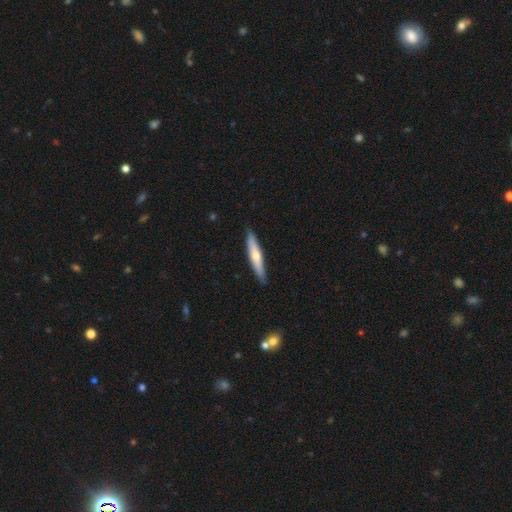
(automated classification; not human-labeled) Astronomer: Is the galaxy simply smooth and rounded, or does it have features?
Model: smooth — 54% (runner-up: featured or disk, 41%).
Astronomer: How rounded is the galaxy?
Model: cigar-shaped — 90%.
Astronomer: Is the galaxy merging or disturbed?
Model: none — 89%.